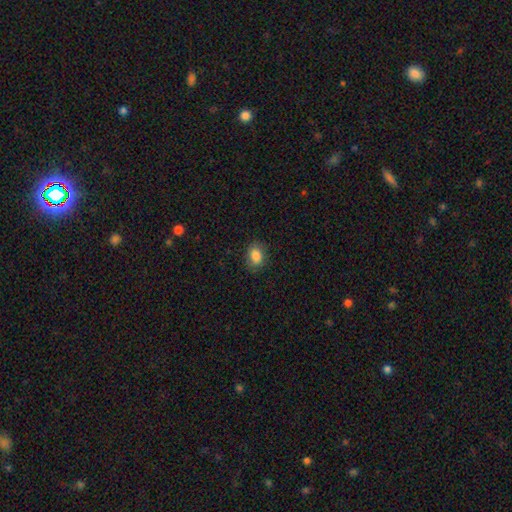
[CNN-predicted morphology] A smooth galaxy with no disk features (86%) that is in between round and cigar-shaped (71%).

Vote fractions:
- Smooth or featured? smooth: 86% / star or artifact: 9% / featured or disk: 6%
- How rounded? in between: 71% / round: 28% / cigar-shaped: 1%
- Merging? none: 84% / minor disturbance: 12% / major disturbance: 3% / merger: 1%